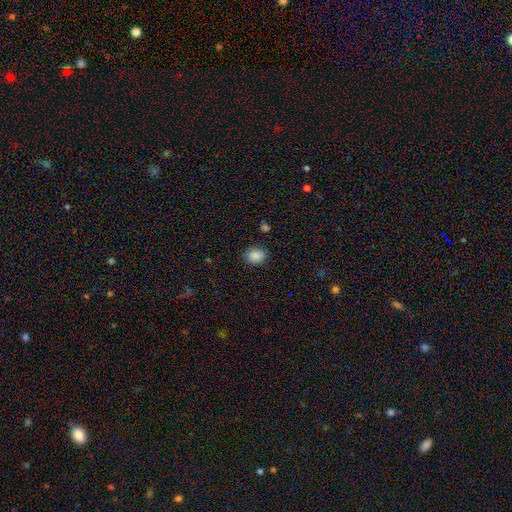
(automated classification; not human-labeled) This appears to be a smooth galaxy with no disk features (87%) that is round (52%). Merging: none (83%).